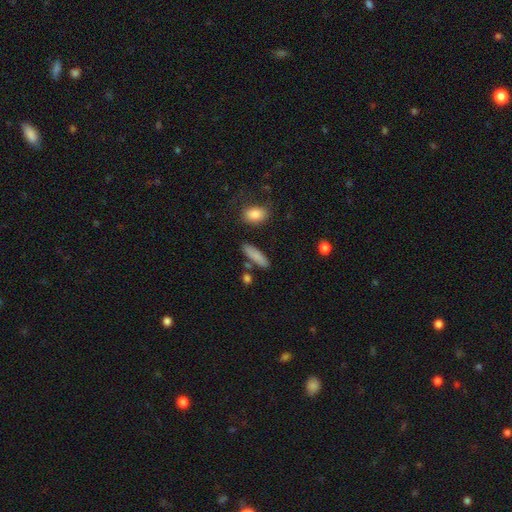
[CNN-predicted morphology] type=smooth (84%); roundness=cigar-shaped (60%); merging=none (83%).